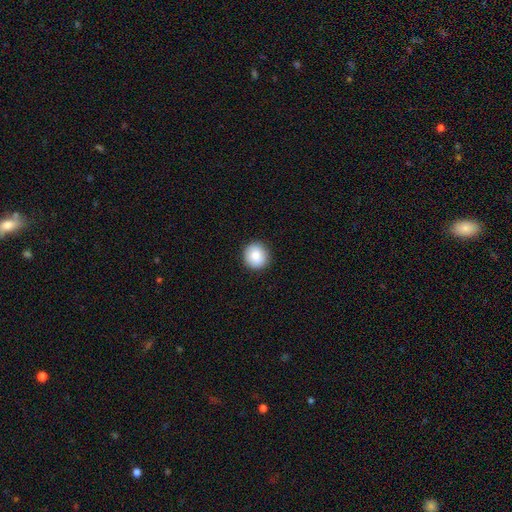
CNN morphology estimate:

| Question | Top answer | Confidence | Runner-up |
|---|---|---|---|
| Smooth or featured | smooth | 86% | star or artifact (8%) |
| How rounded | round | 92% | in between (7%) |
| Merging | none | 90% | minor disturbance (7%) |